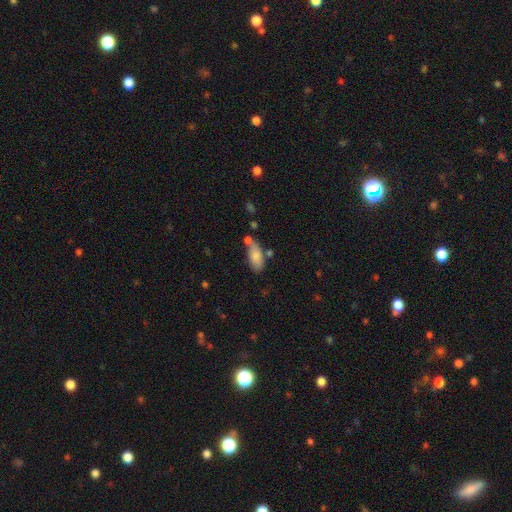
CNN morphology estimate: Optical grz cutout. It shows a smooth galaxy with no disk features (81%) that is in between round and cigar-shaped (83%). Merging: none (50%).